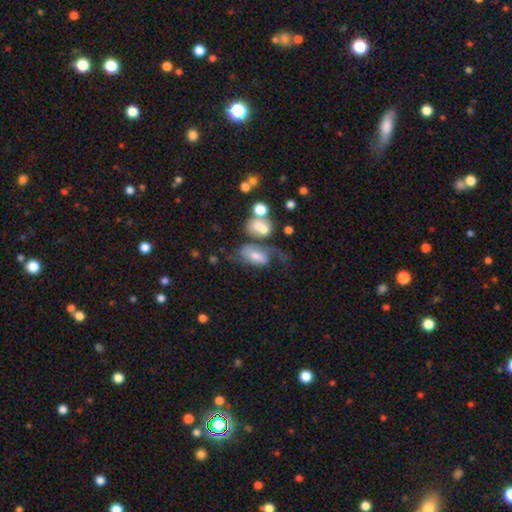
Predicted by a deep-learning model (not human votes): smooth_or_featured: featured or disk (p=0.54) [alt: smooth p=0.36]
disk_edge_on: no (p=0.94) [alt: yes p=0.06]
bar: no (p=0.54) [alt: weak p=0.32]
has_spiral_arms: yes (p=0.79) [alt: no p=0.21]
bulge_size: moderate (p=0.48) [alt: small p=0.27]
merging: merger (p=0.31) [alt: none p=0.28]